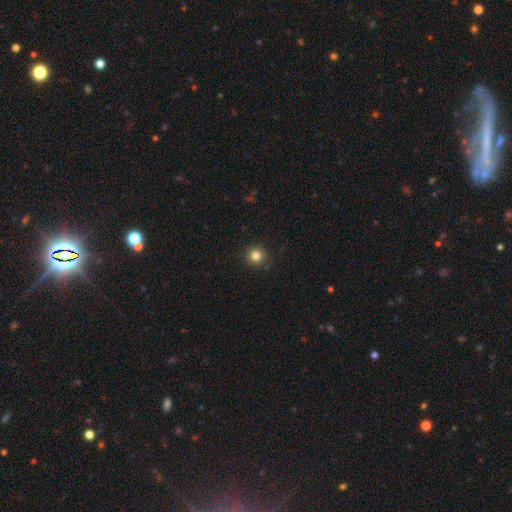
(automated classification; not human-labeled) A smooth galaxy with no disk features (82%) that is round (94%). Merging: none (90%).